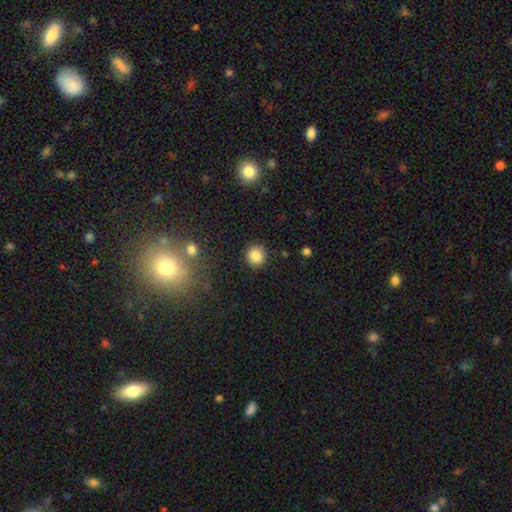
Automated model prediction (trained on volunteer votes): This appears to be a smooth galaxy with no disk features (85%) that is round (91%). Merging: none (89%).